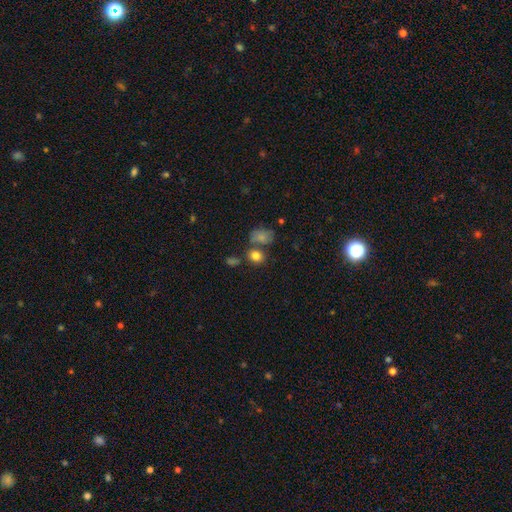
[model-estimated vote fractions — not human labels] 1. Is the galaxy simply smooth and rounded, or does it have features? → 80% smooth, 12% star or artifact, 8% featured or disk.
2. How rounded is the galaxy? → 60% round, 38% in between, 1% cigar-shaped.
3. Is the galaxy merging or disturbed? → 59% none, 24% merger, 12% minor disturbance, 5% major disturbance.